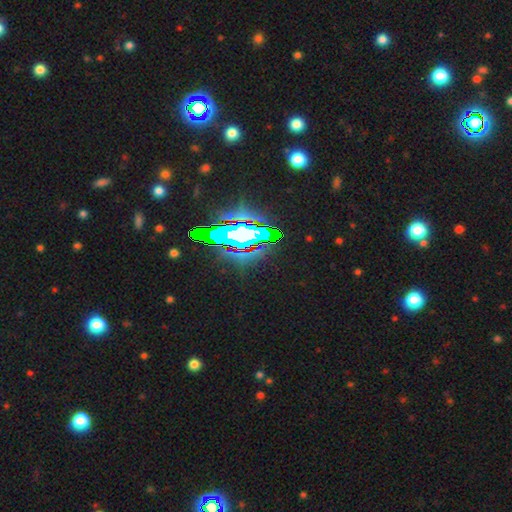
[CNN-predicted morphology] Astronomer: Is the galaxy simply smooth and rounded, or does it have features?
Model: star or artifact — 75%.